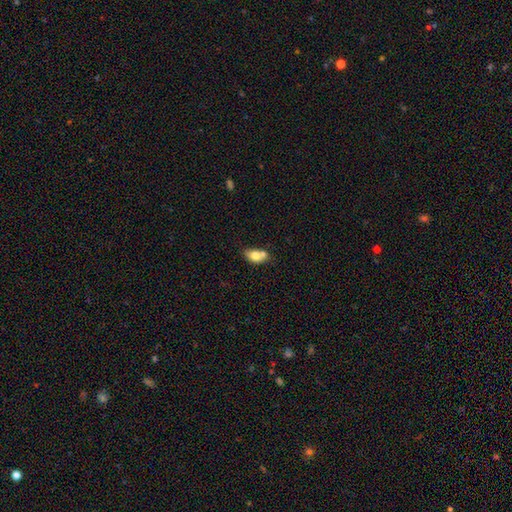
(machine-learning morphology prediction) This appears to be a smooth galaxy with no disk features (74%) that is in between round and cigar-shaped (81%). Merging: none (41%).